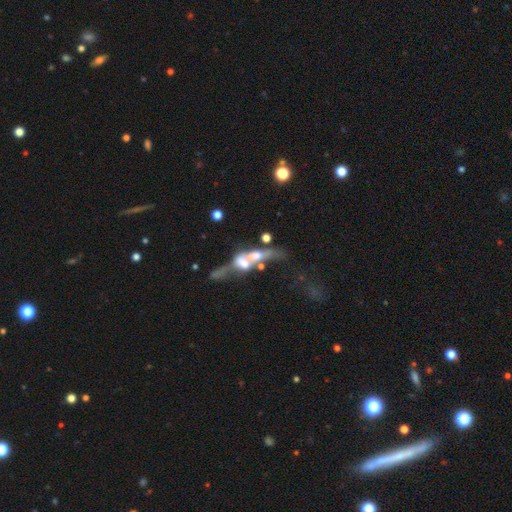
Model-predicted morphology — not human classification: The model was most divided on "smooth or featured": featured or disk: 55%, smooth: 32%, star or artifact: 12%. More confident: edge-on disk — no (70%); merging — merger (62%).